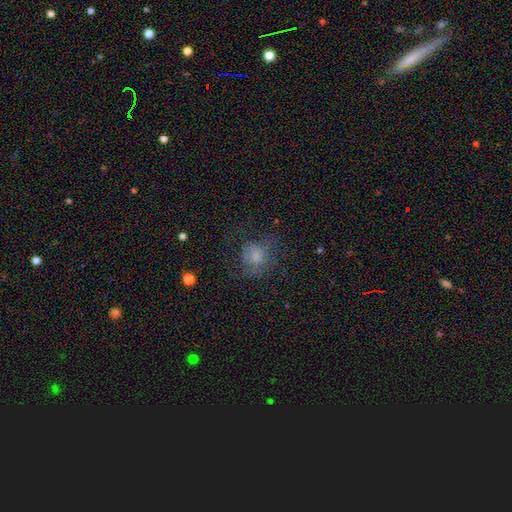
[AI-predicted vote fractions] Smooth or featured? smooth (45%)
Merging? none (56%)